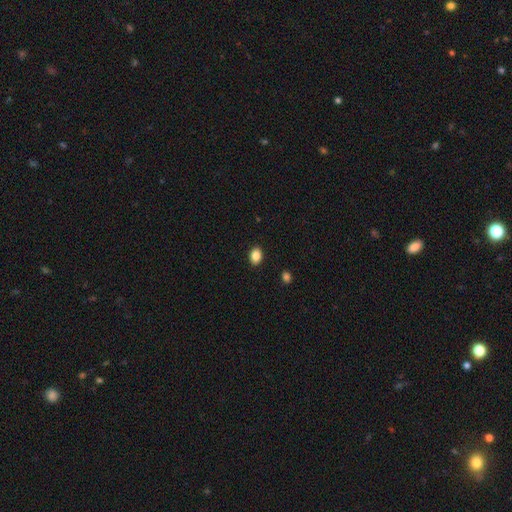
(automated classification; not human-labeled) This appears to be a smooth galaxy with no disk features (87%) that is in between round and cigar-shaped (71%). Merging: none (90%).